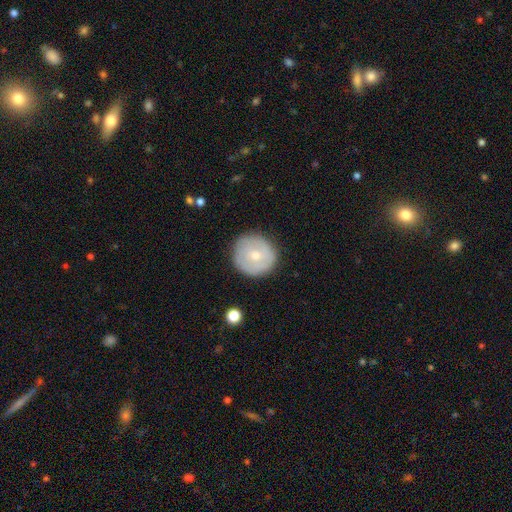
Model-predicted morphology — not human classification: Smooth or featured: smooth — 49% (featured or disk — 45%)
Merging: none — 85% (minor disturbance — 10%)